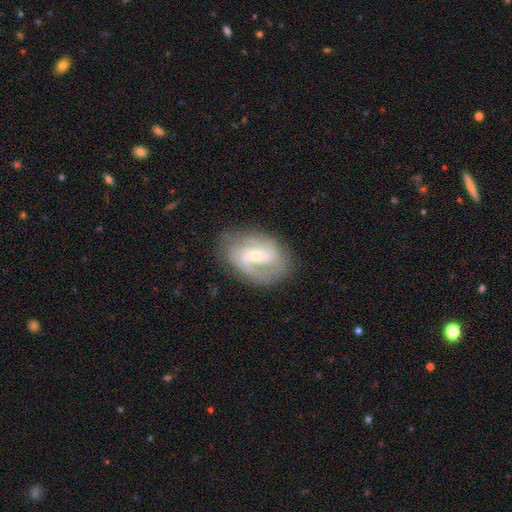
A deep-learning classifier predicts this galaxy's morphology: Smooth or featured: featured or disk — 83% (smooth — 11%)
Edge-on disk: no — 97% (yes — 3%)
Bar: weak — 45% (no — 38%)
Spiral arms: yes — 94% (no — 6%)
Spiral winding: medium — 49% (tight — 32%)
Spiral arm count: 2 — 63% (can't tell — 15%)
Bulge size: small — 66% (moderate — 30%)
Merging: none — 73% (minor disturbance — 17%)